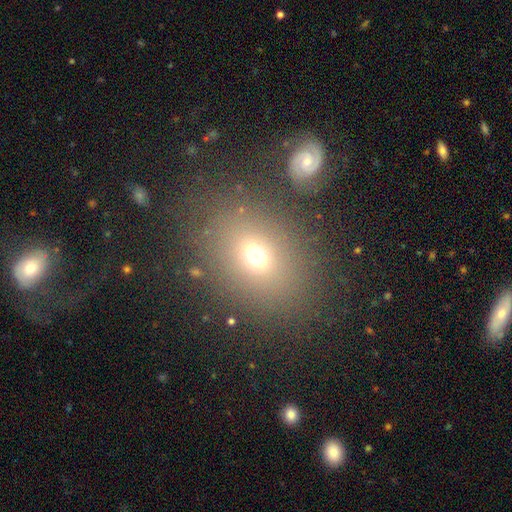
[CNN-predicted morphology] Q: Smooth or featured?
A: smooth (67%); runner-up: star or artifact (19%)
Q: How rounded?
A: in between (61%); runner-up: round (38%)
Q: Merging?
A: none (75%); runner-up: minor disturbance (11%)